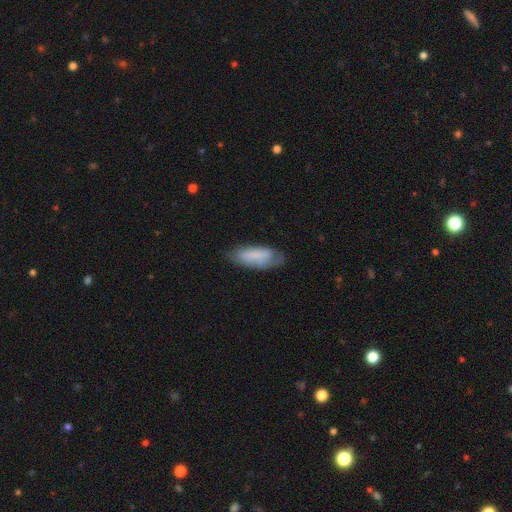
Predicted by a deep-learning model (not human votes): smooth_or_featured: smooth (p=0.73) [alt: featured or disk p=0.20]
how_rounded: in between (p=0.70) [alt: cigar-shaped p=0.28]
merging: none (p=0.63) [alt: minor disturbance p=0.27]